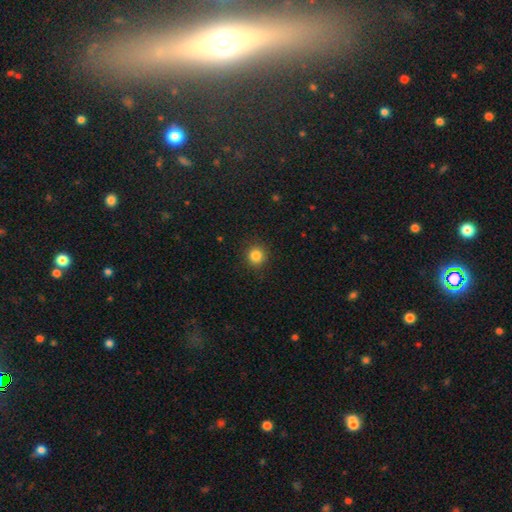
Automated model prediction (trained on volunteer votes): Overall: smooth (84%). How rounded: round (92%). Merging: none (90%).